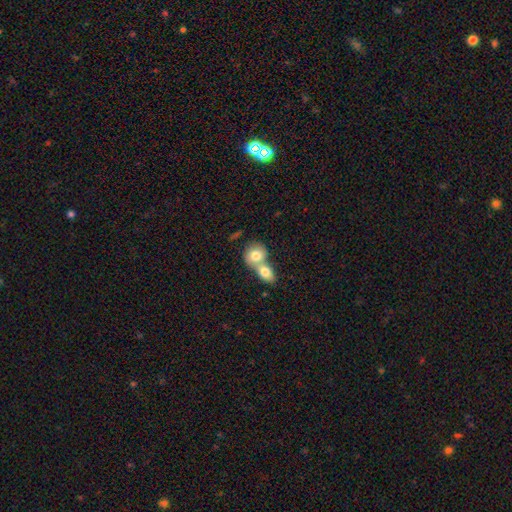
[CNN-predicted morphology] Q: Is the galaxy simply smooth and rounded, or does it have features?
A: smooth — 78%.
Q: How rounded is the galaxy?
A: round — 59%.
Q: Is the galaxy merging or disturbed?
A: merger — 68%.